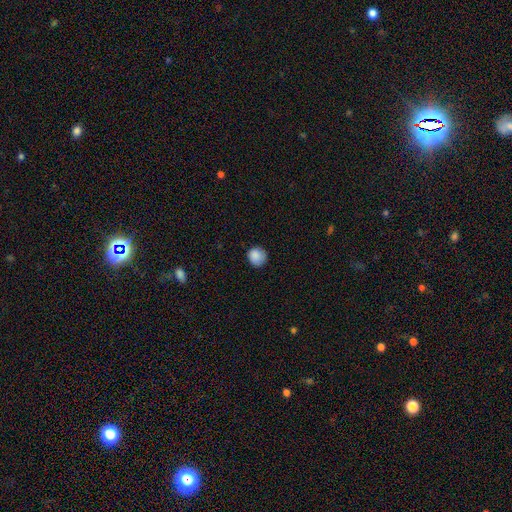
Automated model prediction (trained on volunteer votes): smooth-or-featured: smooth: 87% | star or artifact: 9% | featured or disk: 4%
  how-rounded: round: 91% | in between: 8% | cigar-shaped: 1%
  merging: none: 79% | minor disturbance: 16% | major disturbance: 3% | merger: 1%